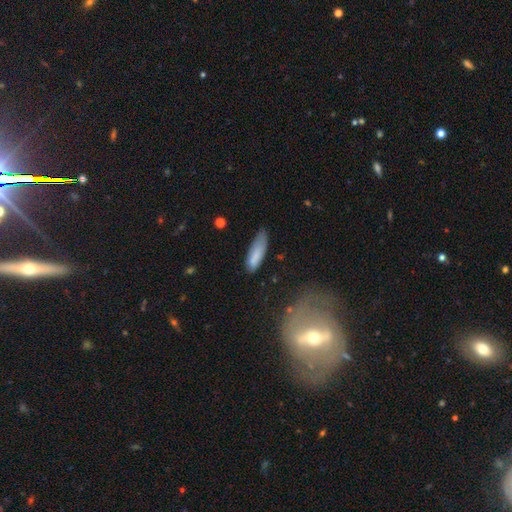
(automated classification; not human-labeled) smooth-or-featured: smooth: 82% | featured or disk: 11% | star or artifact: 7%
  how-rounded: cigar-shaped: 52% | in between: 46% | round: 2%
  merging: none: 56% | minor disturbance: 32% | major disturbance: 9% | merger: 3%